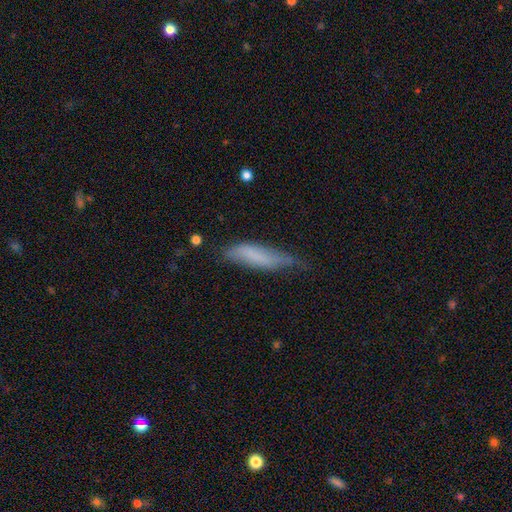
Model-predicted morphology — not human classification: smooth-or-featured: smooth: 69% | featured or disk: 23% | star or artifact: 8%
  how-rounded: cigar-shaped: 65% | in between: 33% | round: 2%
  merging: minor disturbance: 42% | none: 39% | major disturbance: 16% | merger: 3%